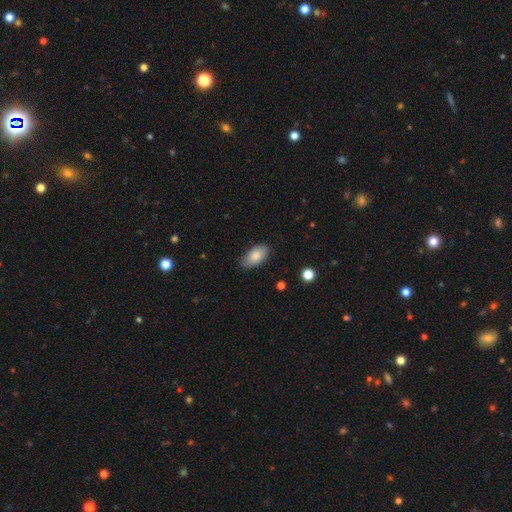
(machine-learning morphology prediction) type=smooth (85%); roundness=in between (94%); merging=none (83%).